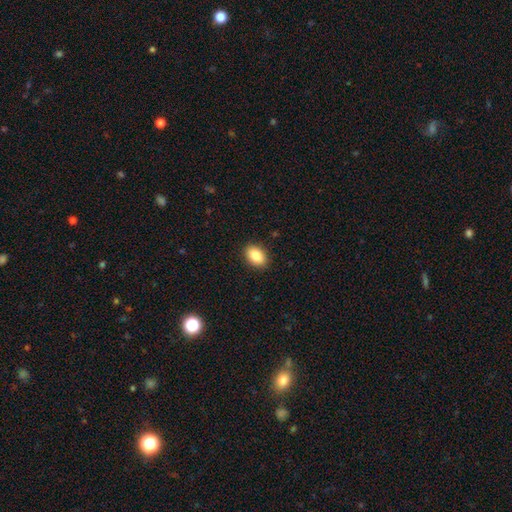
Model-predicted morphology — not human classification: type=smooth (87%); roundness=in between (86%); merging=none (90%).